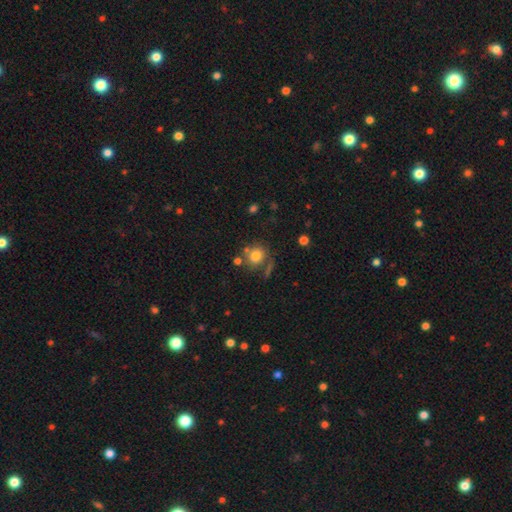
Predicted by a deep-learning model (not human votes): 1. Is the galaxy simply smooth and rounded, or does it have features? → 77% smooth, 13% featured or disk, 11% star or artifact.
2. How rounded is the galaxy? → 80% round, 19% in between, 1% cigar-shaped.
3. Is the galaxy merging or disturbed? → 58% none, 17% merger, 15% minor disturbance, 10% major disturbance.